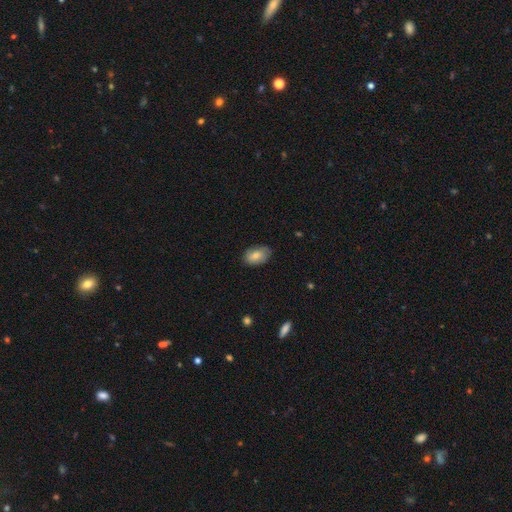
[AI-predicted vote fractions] Smooth or featured? smooth (79%)
How rounded? in between (90%)
Merging? none (77%)